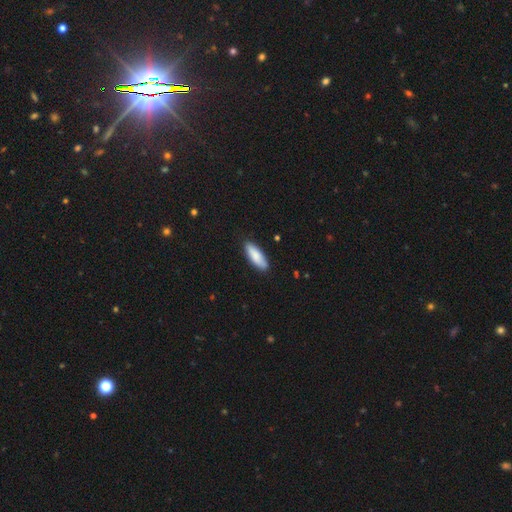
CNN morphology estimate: This is clearly a smooth galaxy (85%). How rounded: likely in between (62%). Merging: clearly none (87%).